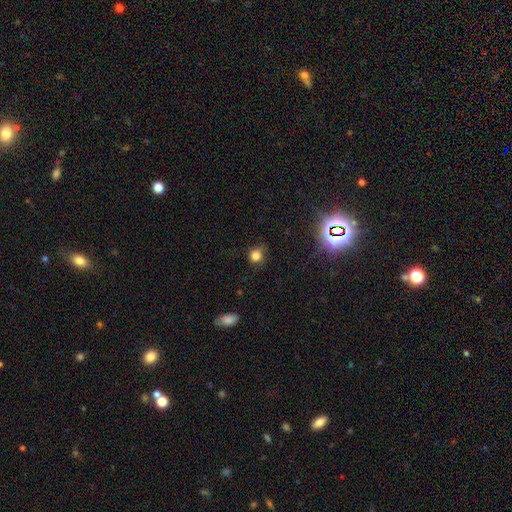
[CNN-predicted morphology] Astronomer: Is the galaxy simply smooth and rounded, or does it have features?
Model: smooth — 78%.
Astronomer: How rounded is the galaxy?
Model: round — 81%.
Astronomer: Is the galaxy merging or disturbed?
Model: none — 71%.